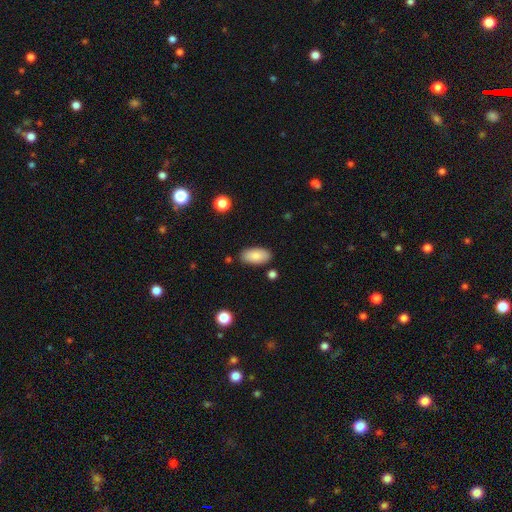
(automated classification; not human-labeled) smooth-or-featured: smooth: 85% | featured or disk: 9% | star or artifact: 7%
  how-rounded: in between: 94% | cigar-shaped: 4% | round: 3%
  merging: none: 84% | minor disturbance: 11% | merger: 3% | major disturbance: 2%